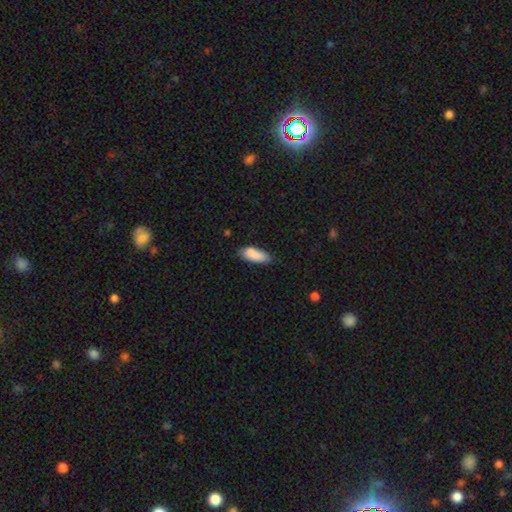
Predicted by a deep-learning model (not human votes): This appears to be a smooth galaxy with no disk features (86%) that is in between round and cigar-shaped (75%). Merging: none (69%).